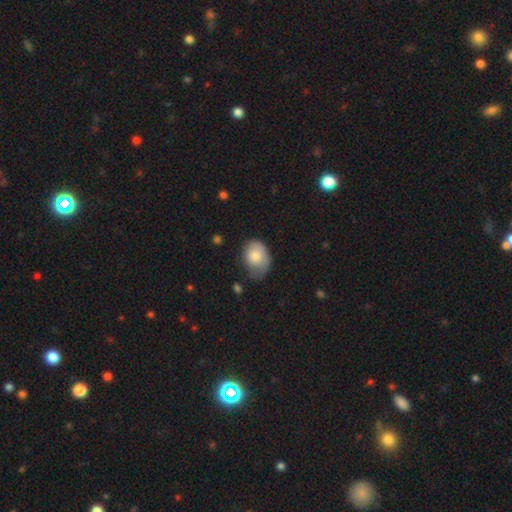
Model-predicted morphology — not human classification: smooth_or_featured: smooth (p=0.75) [alt: featured or disk p=0.19]
how_rounded: in between (p=0.70) [alt: round p=0.29]
merging: none (p=0.44) [alt: minor disturbance p=0.36]